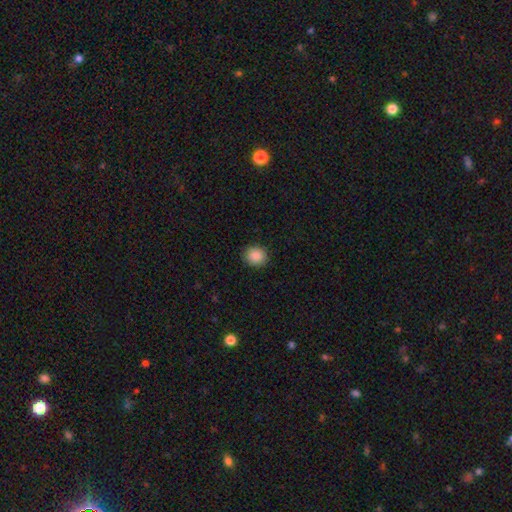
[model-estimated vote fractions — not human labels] The model was most divided on "how rounded": round: 80%, in between: 19%, cigar-shaped: 1%. More confident: merging — none (91%); smooth or featured — smooth (88%).